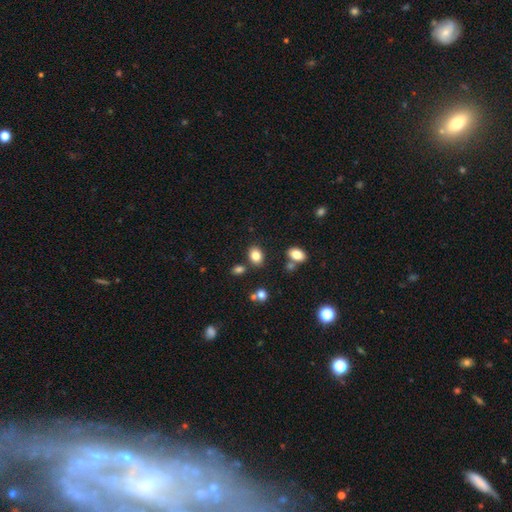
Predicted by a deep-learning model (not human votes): A smooth galaxy with no disk features (83%) that is in between round and cigar-shaped (66%).

Vote fractions:
- Smooth or featured? smooth: 83% / star or artifact: 10% / featured or disk: 7%
- How rounded? in between: 66% / round: 33% / cigar-shaped: 1%
- Merging? none: 79% / minor disturbance: 11% / merger: 7% / major disturbance: 3%